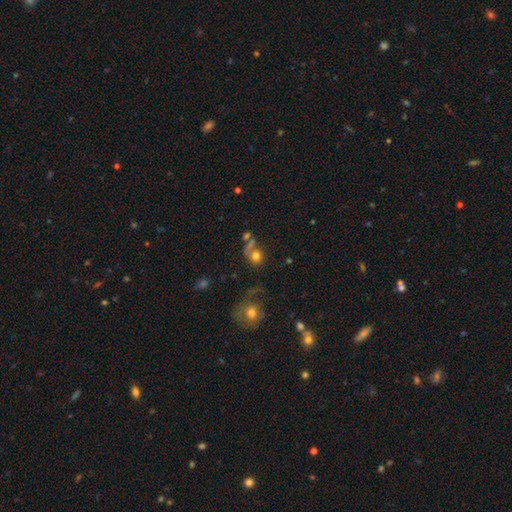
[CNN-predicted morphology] Smooth or featured? Predicted: smooth (p=0.73). How rounded? Predicted: round (p=0.79). Merging? Predicted: none (p=0.48).